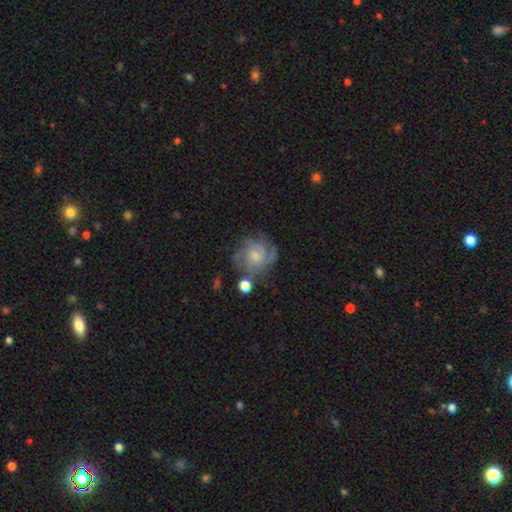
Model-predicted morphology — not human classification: featured or disk 70%, smooth 21%, star or artifact 9%. Down the decision tree: edge-on disk — no (98%); bar — no (71%); spiral arms — yes (90%); spiral arm count — can't tell (36%); spiral winding — tight (51%); bulge size — small (44%); merging — none (62%).